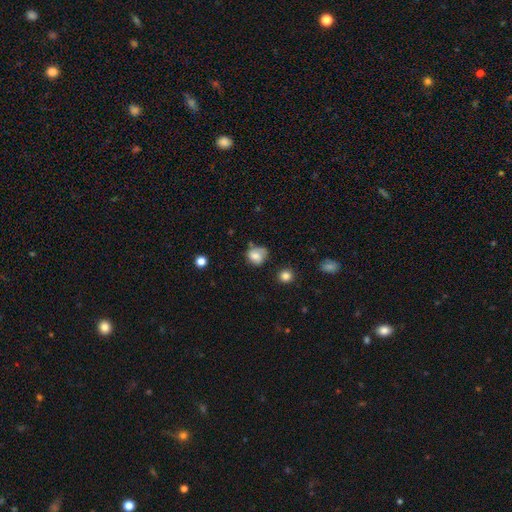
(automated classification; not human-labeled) Morphology: type=smooth (72%); roundness=round (63%); merging=none (47%).